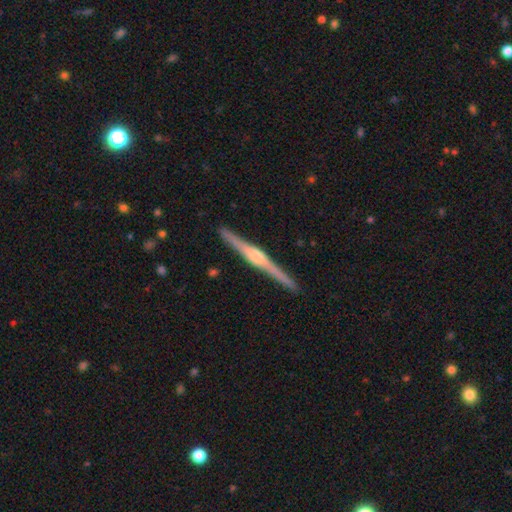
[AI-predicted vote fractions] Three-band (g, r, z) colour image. It shows a featured or disk galaxy (84%) viewed edge-on (99%) with a rounded central bulge (79%). Merging: none (92%).